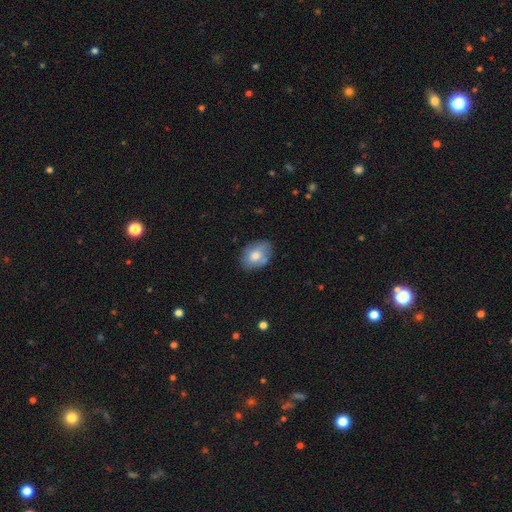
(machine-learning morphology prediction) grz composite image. It shows a smooth galaxy with no disk features (73%) that is in between round and cigar-shaped (74%). Merging: none (70%).